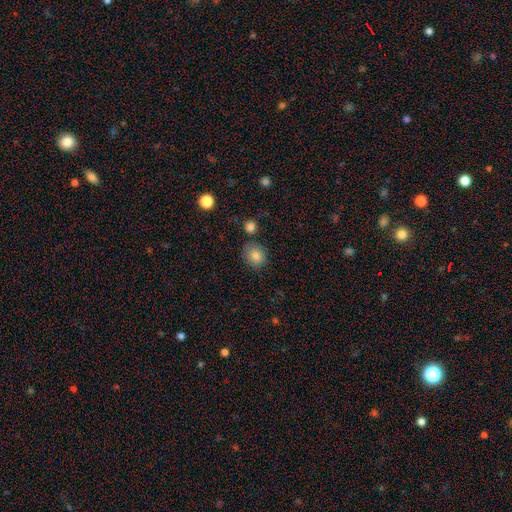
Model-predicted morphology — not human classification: Smooth or featured? Predicted: smooth (p=0.82). How rounded? Predicted: round (p=0.74). Merging? Predicted: none (p=0.79).